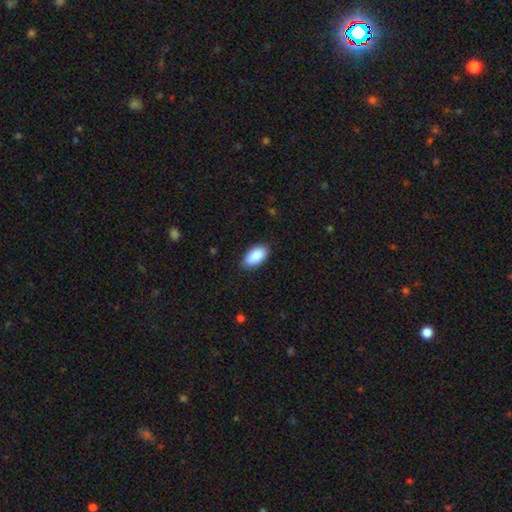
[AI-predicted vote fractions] Morphology: type=smooth (89%); roundness=in between (95%); merging=none (87%).